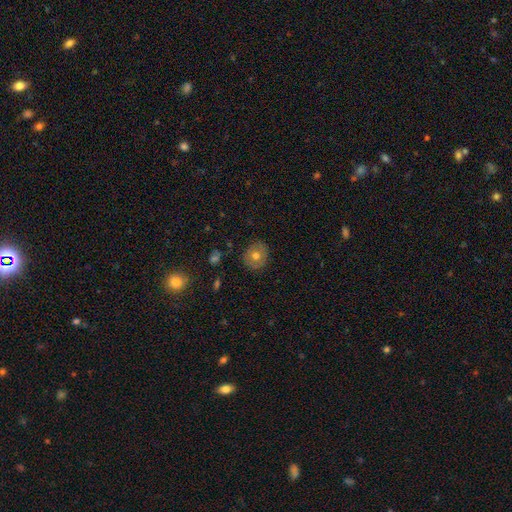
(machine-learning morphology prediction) This appears to be a smooth galaxy with no disk features (65%) that is round (84%). Merging: none (86%).